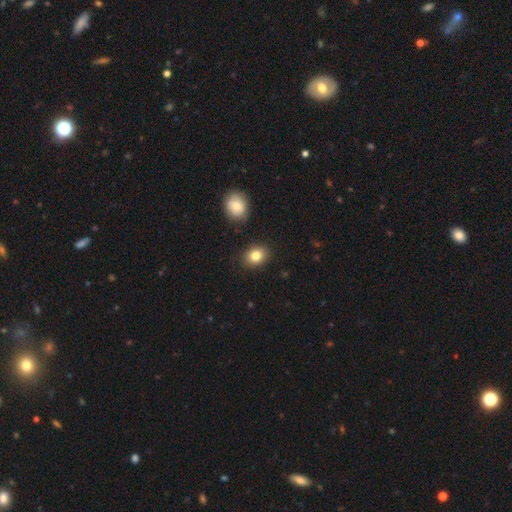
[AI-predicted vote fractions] This appears to be a smooth galaxy with no disk features (83%) that is in between round and cigar-shaped (53%). Merging: none (87%).